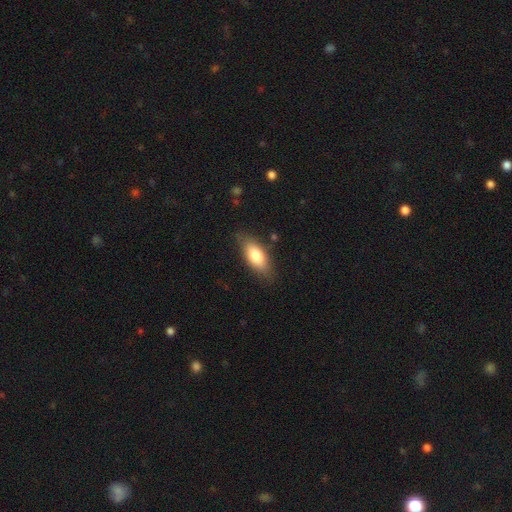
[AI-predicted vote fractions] This is likely a smooth galaxy (76%). How rounded: clearly in between (81%). Merging: likely none (79%).